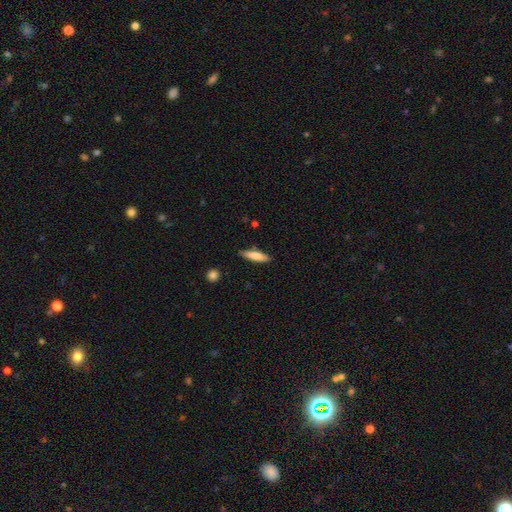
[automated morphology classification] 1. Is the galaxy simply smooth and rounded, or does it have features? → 77% smooth, 17% featured or disk, 6% star or artifact.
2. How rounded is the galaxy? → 72% cigar-shaped, 26% in between, 2% round.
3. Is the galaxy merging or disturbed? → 85% none, 11% minor disturbance, 2% major disturbance, 2% merger.